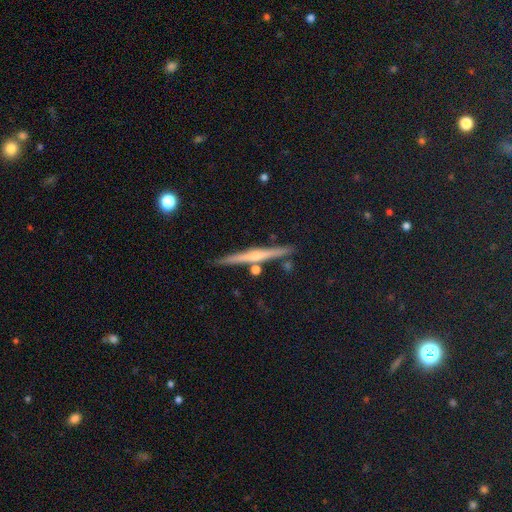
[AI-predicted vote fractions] Smooth or featured? featured or disk (59%)
Edge-on disk? yes (95%)
Edge-on bulge? rounded (63%)
Merging? none (86%)